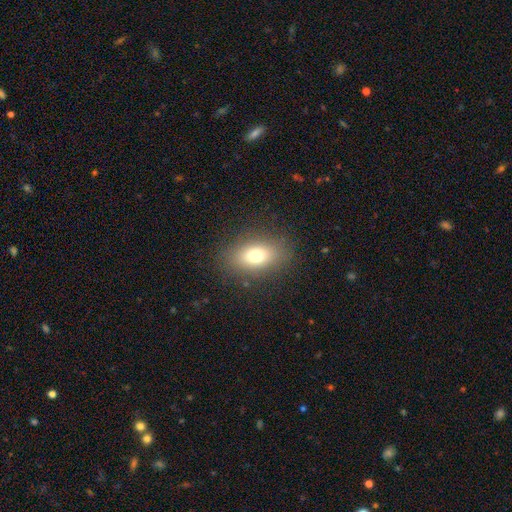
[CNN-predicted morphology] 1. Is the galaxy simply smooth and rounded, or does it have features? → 75% smooth, 13% featured or disk, 12% star or artifact.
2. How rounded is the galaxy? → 81% in between, 16% round, 3% cigar-shaped.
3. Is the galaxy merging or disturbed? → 86% none, 9% minor disturbance, 4% major disturbance, 1% merger.